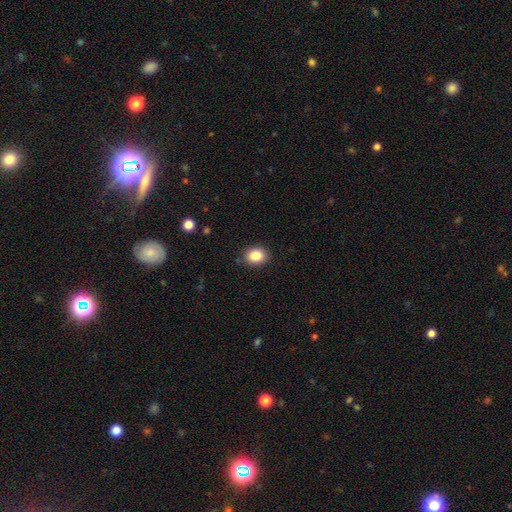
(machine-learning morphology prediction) Q: Smooth or featured?
A: smooth (86%); runner-up: star or artifact (9%)
Q: How rounded?
A: in between (50%); runner-up: round (49%)
Q: Merging?
A: none (88%); runner-up: minor disturbance (9%)